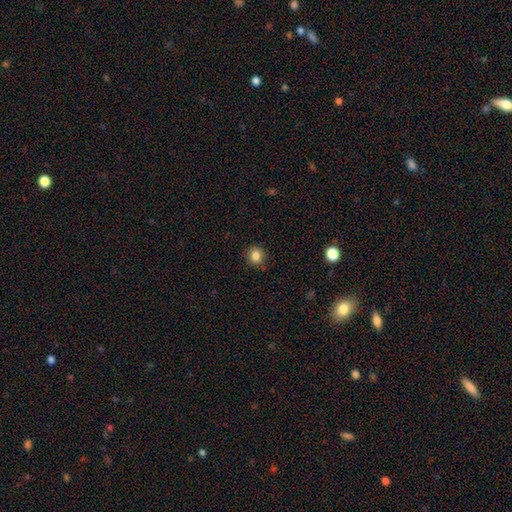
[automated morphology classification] Smooth or featured? Predicted: smooth (p=0.83). How rounded? Predicted: round (p=0.82). Merging? Predicted: none (p=0.87).